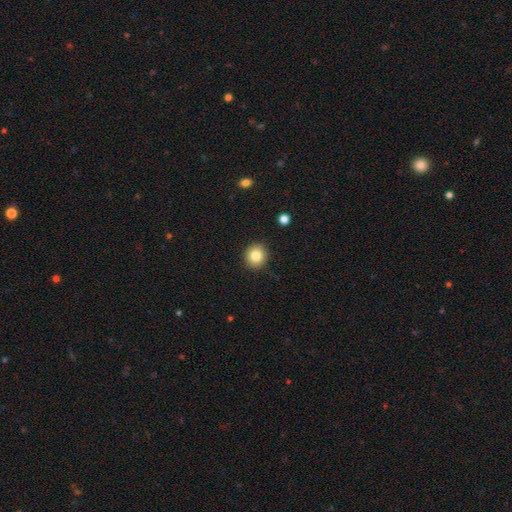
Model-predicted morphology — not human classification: This is clearly a smooth galaxy (82%). How rounded: clearly round (87%). Merging: clearly none (91%).